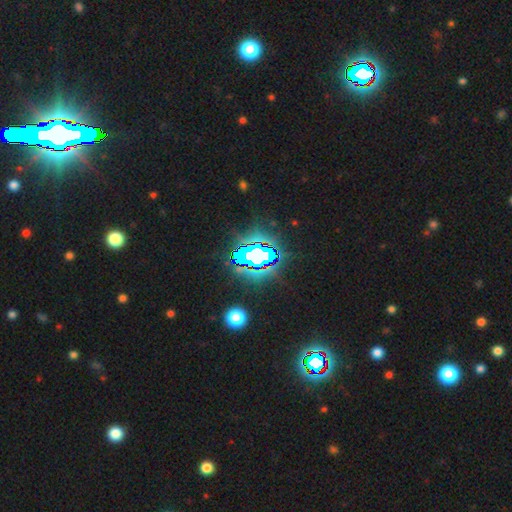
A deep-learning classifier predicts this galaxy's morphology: Smooth or featured: star or artifact — 74% (featured or disk — 14%)